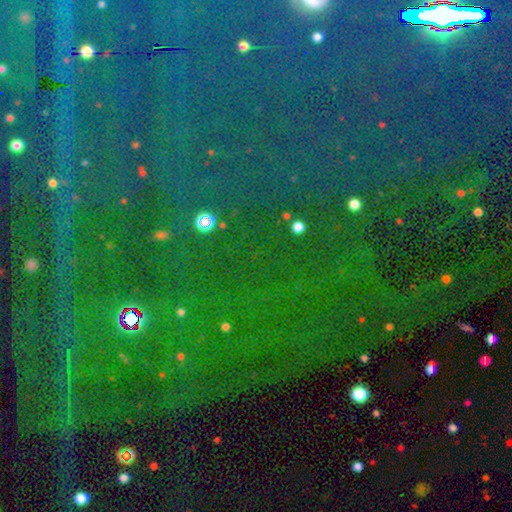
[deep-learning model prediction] A star or artifact, not a galaxy (83%).

Vote fractions:
- Smooth or featured? star or artifact: 83% / smooth: 10% / featured or disk: 8%